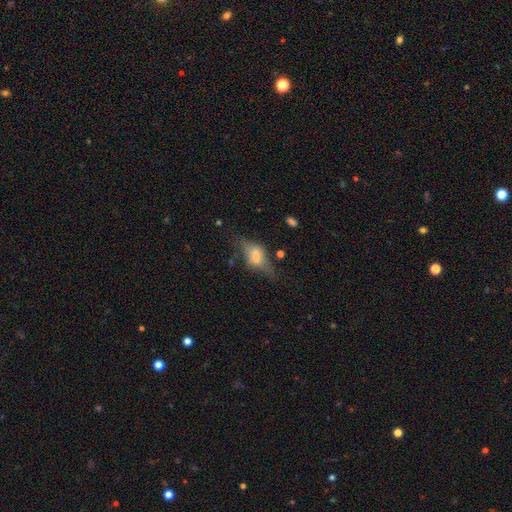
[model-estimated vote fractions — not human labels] smooth-or-featured: featured or disk: 52% | smooth: 38% | star or artifact: 10%
  disk-edge-on: yes: 75% | no: 25%
  merging: none: 57% | minor disturbance: 24% | major disturbance: 17% | merger: 3%